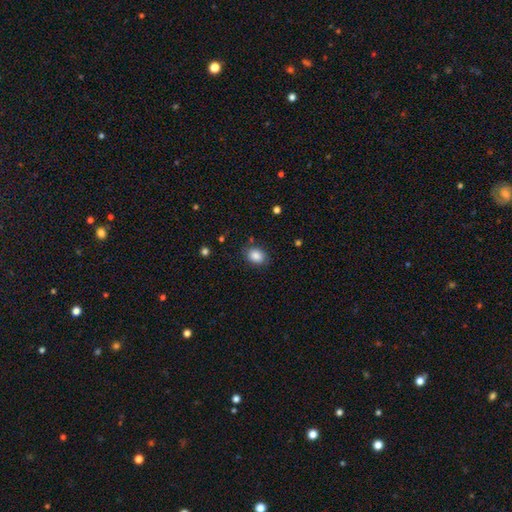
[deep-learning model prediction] Smooth or featured? smooth (86%)
How rounded? in between (59%)
Merging? none (81%)